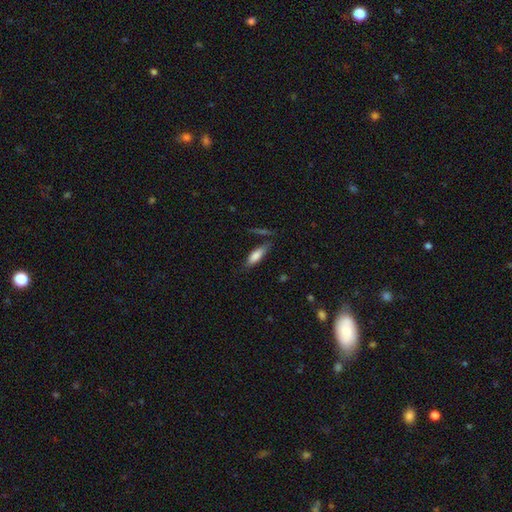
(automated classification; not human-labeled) smooth-or-featured: smooth: 76% | featured or disk: 17% | star or artifact: 7%
  how-rounded: cigar-shaped: 52% | in between: 46% | round: 2%
  merging: none: 72% | minor disturbance: 18% | merger: 5% | major disturbance: 5%